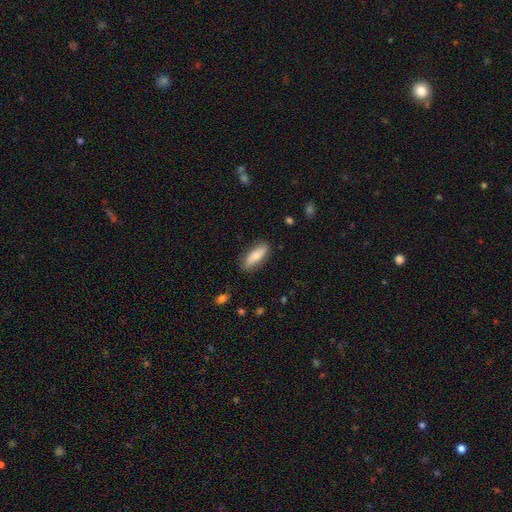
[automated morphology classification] A smooth galaxy with no disk features (76%) that is in between round and cigar-shaped (61%).

Vote fractions:
- Smooth or featured? smooth: 76% / featured or disk: 17% / star or artifact: 6%
- How rounded? in between: 61% / cigar-shaped: 37% / round: 2%
- Merging? none: 84% / minor disturbance: 12% / major disturbance: 2% / merger: 1%